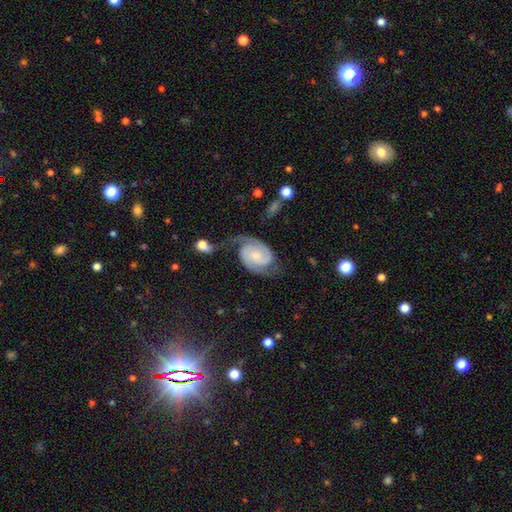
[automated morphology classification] This is clearly a featured or disk galaxy (84%). It is clearly not viewed edge-on (98%). Bar: likely no (62%). Spiral arm pattern: clearly yes (97%). Spiral arm count: clearly 2 (90%). Spiral winding: marginally medium (44%). Central bulge: marginally small (43%). Merging: possibly none (51%).